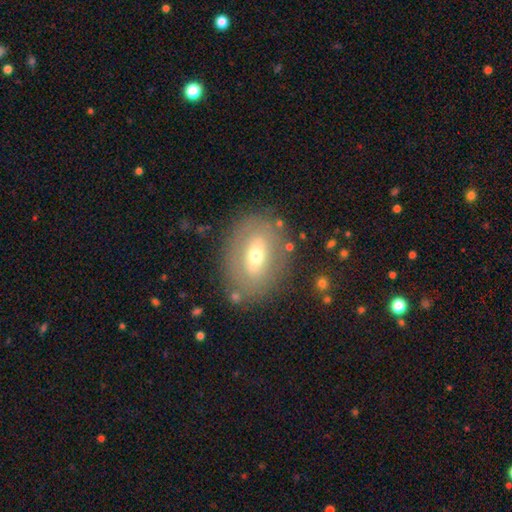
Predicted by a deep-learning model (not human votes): Smooth or featured? Predicted: smooth (p=0.46). Merging? Predicted: none (p=0.80).